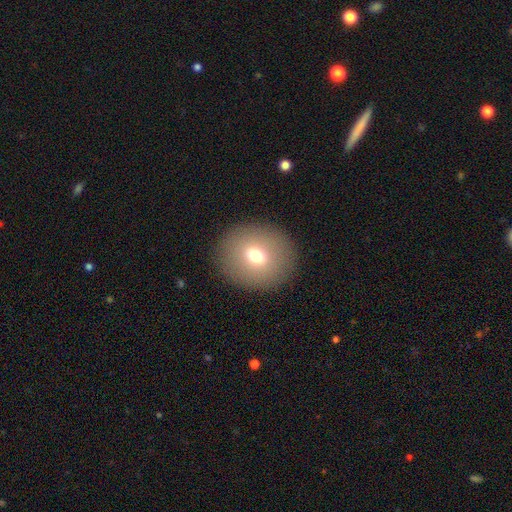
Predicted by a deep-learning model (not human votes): Smooth or featured? Predicted: smooth (p=0.70). How rounded? Predicted: round (p=0.75). Merging? Predicted: none (p=0.89).